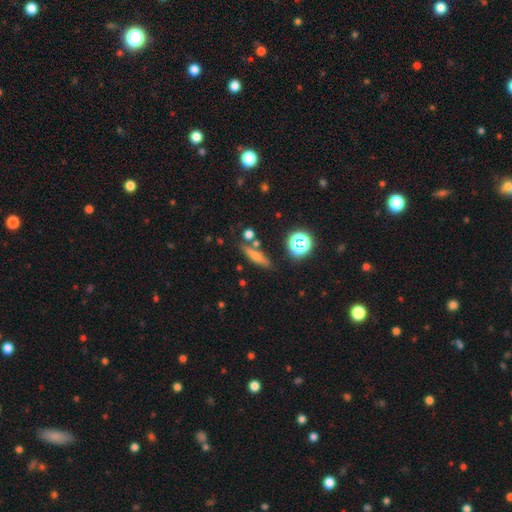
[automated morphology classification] A smooth galaxy with no disk features (64%) that is cigar-shaped (71%).

Vote fractions:
- Smooth or featured? smooth: 64% / featured or disk: 22% / star or artifact: 14%
- How rounded? cigar-shaped: 71% / in between: 22% / round: 7%
- Merging? none: 75% / minor disturbance: 12% / merger: 9% / major disturbance: 4%